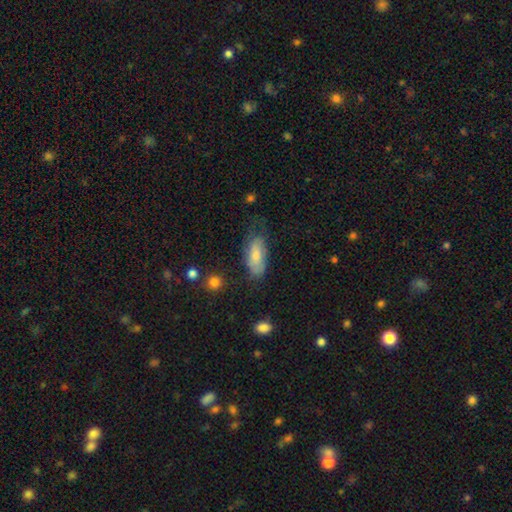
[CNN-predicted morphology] This appears to be a smooth galaxy with no disk features (67%) that is in between round and cigar-shaped (86%). Merging: none (54%).